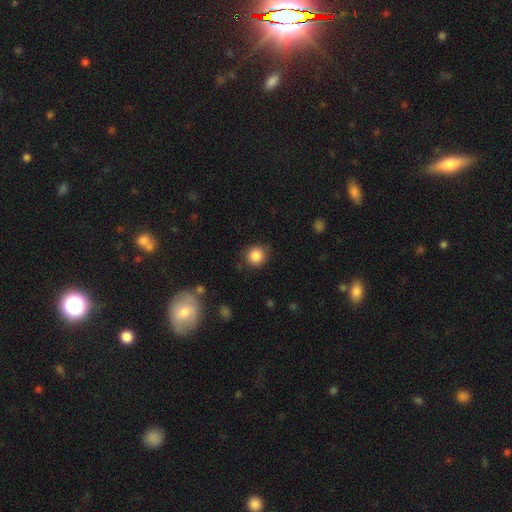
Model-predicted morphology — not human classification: A smooth galaxy with no disk features (86%) that is round (89%).

Vote fractions:
- Smooth or featured? smooth: 86% / star or artifact: 10% / featured or disk: 4%
- How rounded? round: 89% / in between: 10% / cigar-shaped: 1%
- Merging? none: 85% / minor disturbance: 11% / major disturbance: 3% / merger: 2%